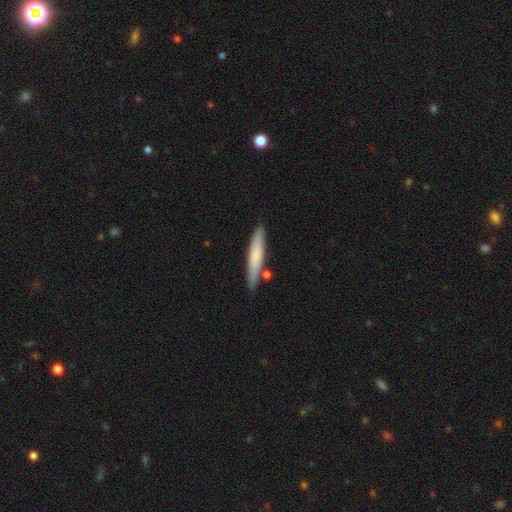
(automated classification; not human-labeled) Smooth or featured: smooth — 69% (featured or disk — 26%)
How rounded: cigar-shaped — 90% (in between — 9%)
Merging: none — 81% (minor disturbance — 12%)